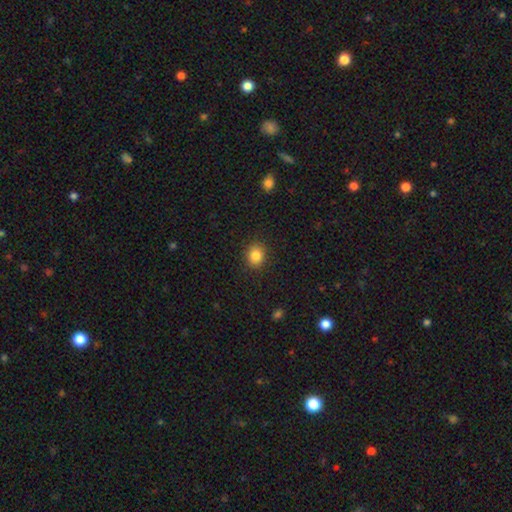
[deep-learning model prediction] This is clearly a smooth galaxy (84%). How rounded: likely round (69%). Merging: clearly none (89%).